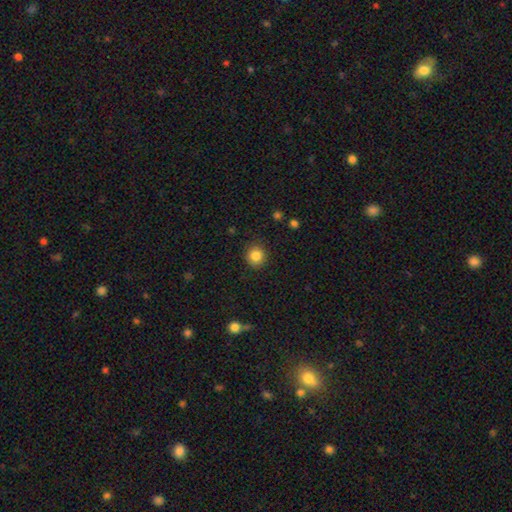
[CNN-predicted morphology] This appears to be a smooth galaxy with no disk features (84%) that is round (92%). Merging: none (89%).